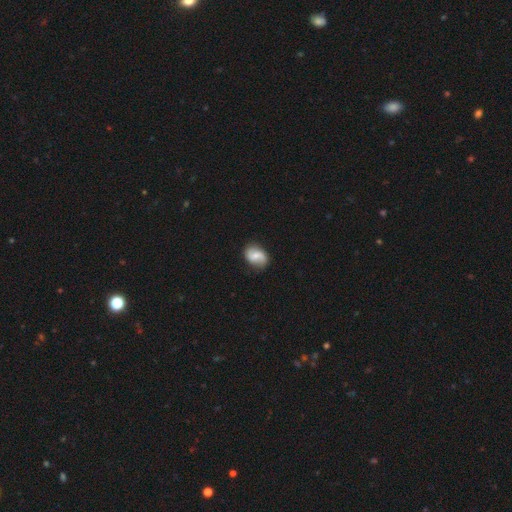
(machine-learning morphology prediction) Q: Smooth or featured?
A: featured or disk (59%); runner-up: smooth (34%)
Q: Edge-on disk?
A: no (97%); runner-up: yes (3%)
Q: Bar?
A: weak (44%); tied with: no (44%)
Q: Spiral arms?
A: yes (90%); runner-up: no (10%)
Q: Spiral winding?
A: loose (52%); runner-up: medium (34%)
Q: Spiral arm count?
A: 2 (88%); runner-up: can't tell (6%)
Q: Bulge size?
A: moderate (48%); runner-up: small (41%)
Q: Merging?
A: none (80%); runner-up: minor disturbance (15%)